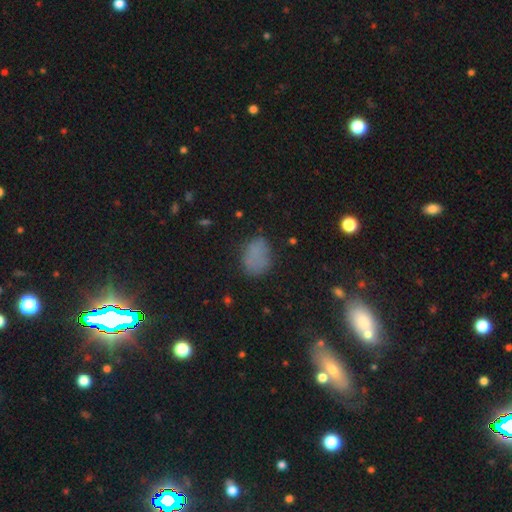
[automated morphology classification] type=smooth (73%); roundness=in between (73%); merging=none (68%).